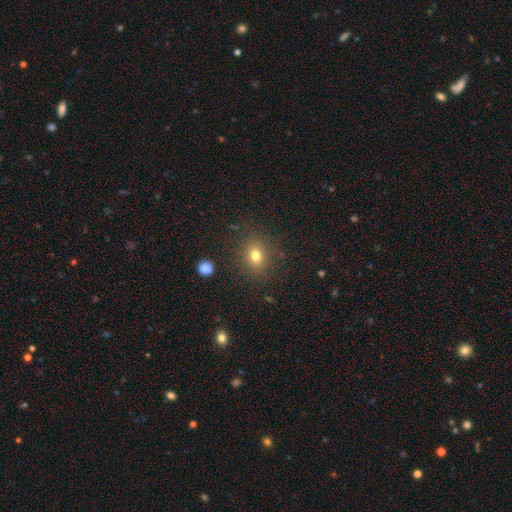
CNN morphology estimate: This appears to be a smooth galaxy with no disk features (76%) that is round (54%). Merging: none (83%).